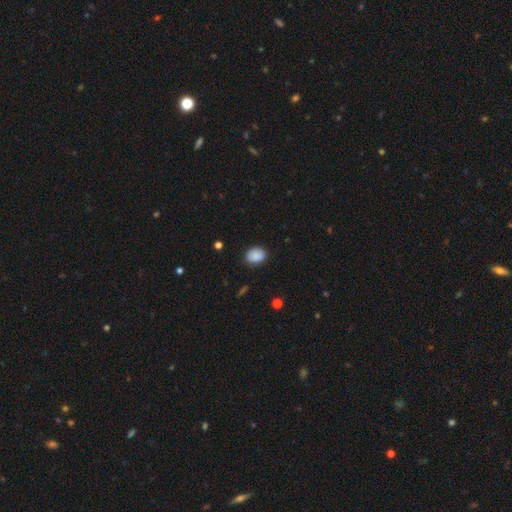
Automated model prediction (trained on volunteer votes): smooth 87%, star or artifact 8%, featured or disk 5%. Down the decision tree: how rounded — in between (57%); merging — none (84%).